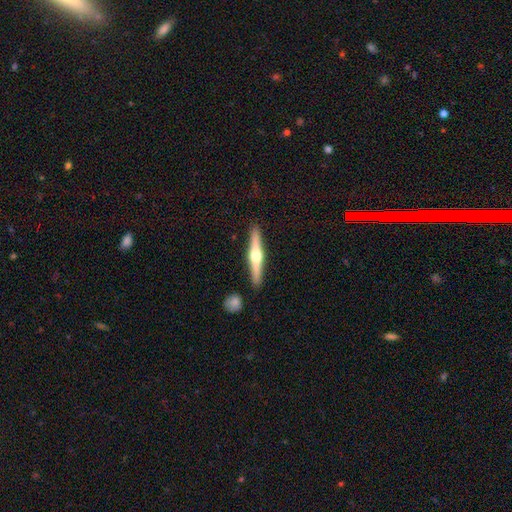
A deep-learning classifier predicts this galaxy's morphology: This appears to be a featured or disk galaxy (70%) viewed edge-on (98%) with a rounded central bulge (94%). Merging: none (89%).